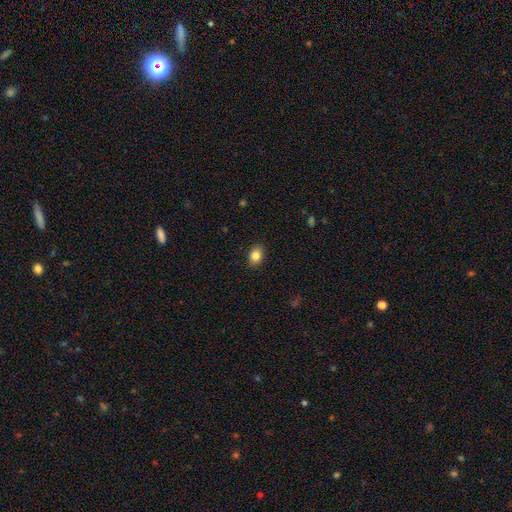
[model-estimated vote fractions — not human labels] The model was most divided on "how rounded": in between: 71%, round: 28%, cigar-shaped: 1%. More confident: merging — none (89%); smooth or featured — smooth (85%).